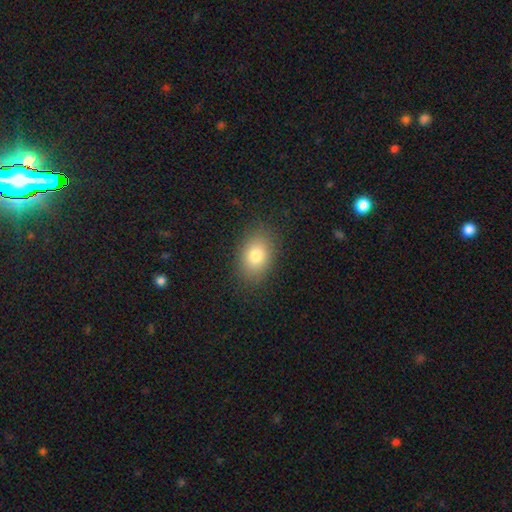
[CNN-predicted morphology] Smooth or featured: smooth — 80% (star or artifact — 10%)
How rounded: in between — 77% (round — 22%)
Merging: none — 86% (minor disturbance — 9%)